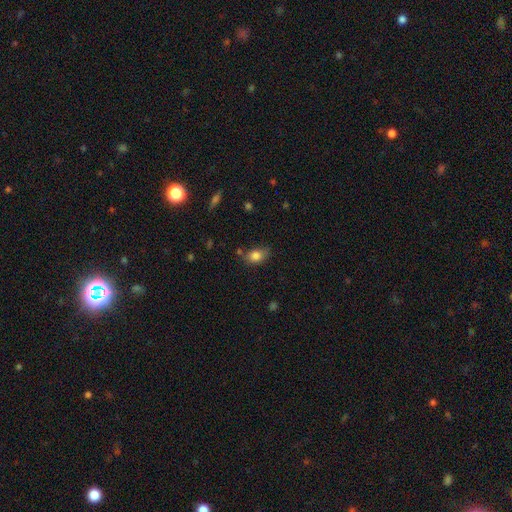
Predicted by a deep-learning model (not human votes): This appears to be a smooth galaxy with no disk features (82%) that is in between round and cigar-shaped (76%). Merging: none (65%).